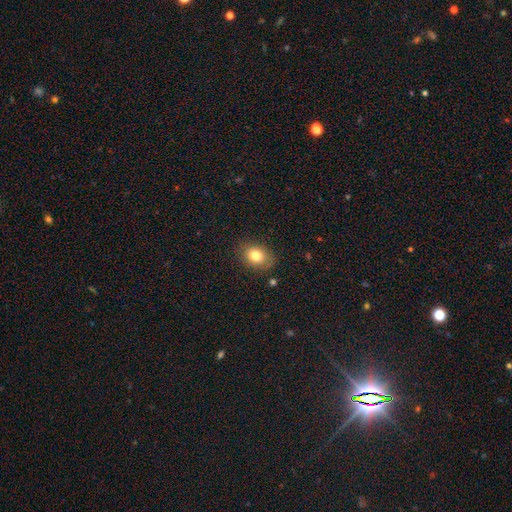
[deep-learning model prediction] Overall: smooth (80%). How rounded: in between (60%; round 39%). Merging: none (81%).